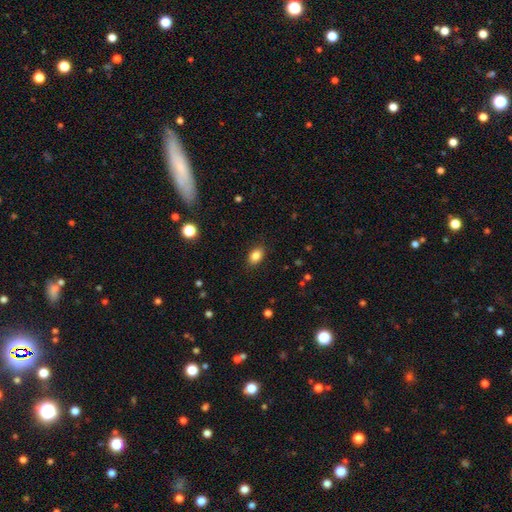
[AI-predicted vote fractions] Q: Smooth or featured?
A: smooth (86%); runner-up: star or artifact (9%)
Q: How rounded?
A: in between (82%); runner-up: round (17%)
Q: Merging?
A: none (87%); runner-up: minor disturbance (10%)